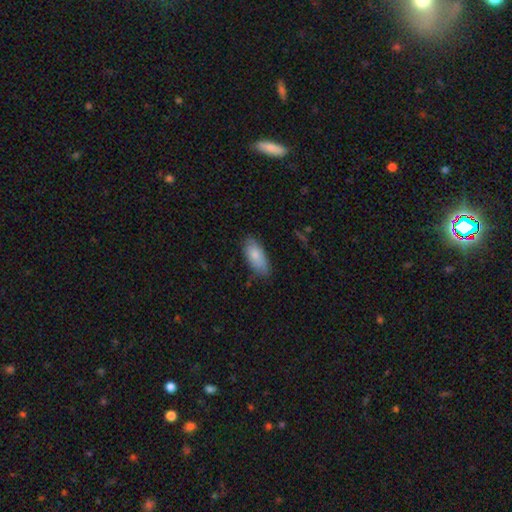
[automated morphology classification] The model was most divided on "merging": none: 73%, minor disturbance: 22%, major disturbance: 4%, merger: 1%. More confident: how rounded — in between (88%); smooth or featured — smooth (81%).